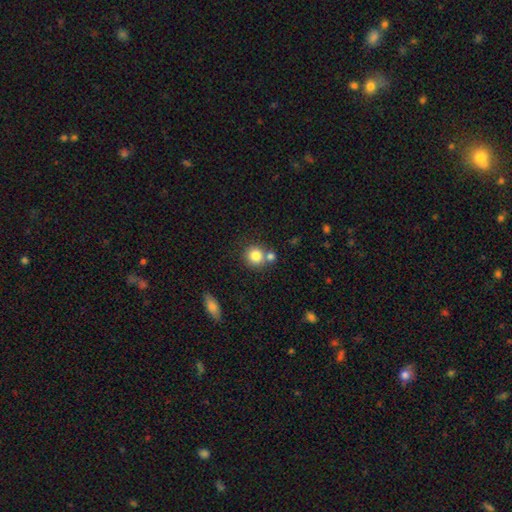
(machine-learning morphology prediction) type=smooth (82%); roundness=round (90%); merging=none (59%).